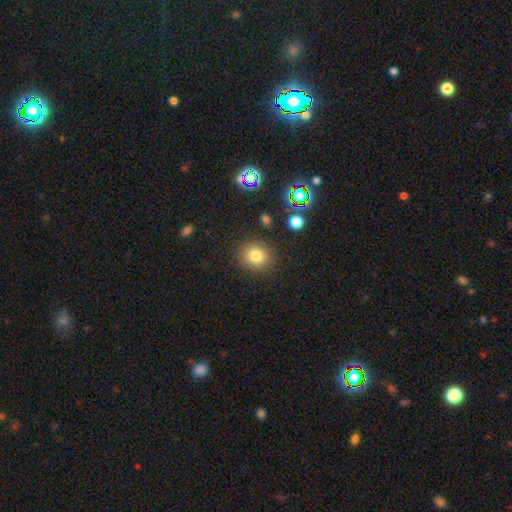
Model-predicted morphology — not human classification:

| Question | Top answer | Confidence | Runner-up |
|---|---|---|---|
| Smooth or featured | smooth | 79% | star or artifact (13%) |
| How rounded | round | 84% | in between (15%) |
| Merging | none | 87% | minor disturbance (8%) |